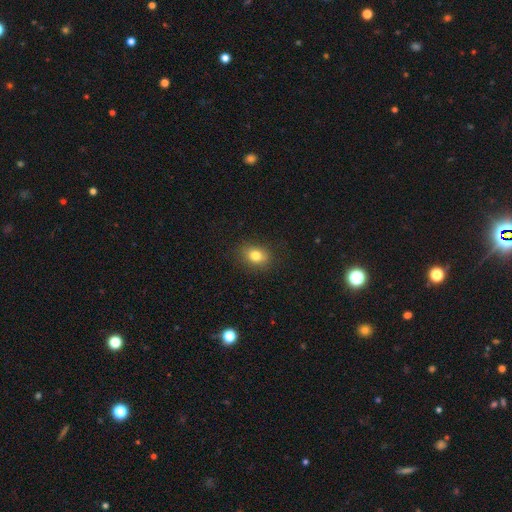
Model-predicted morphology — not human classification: Smooth or featured: smooth — 80% (star or artifact — 11%)
How rounded: in between — 60% (round — 39%)
Merging: none — 85% (minor disturbance — 11%)